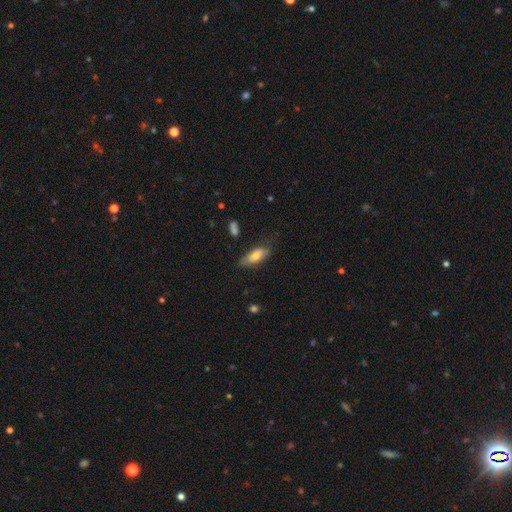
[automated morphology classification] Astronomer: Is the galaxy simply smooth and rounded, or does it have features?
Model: smooth — 65%.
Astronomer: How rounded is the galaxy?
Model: in between — 76%.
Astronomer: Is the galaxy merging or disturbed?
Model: none — 64%.